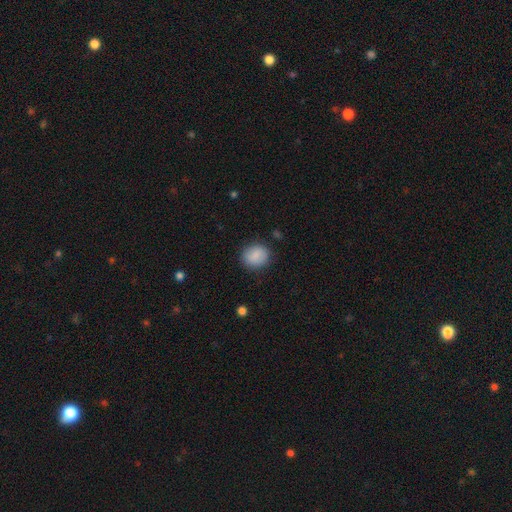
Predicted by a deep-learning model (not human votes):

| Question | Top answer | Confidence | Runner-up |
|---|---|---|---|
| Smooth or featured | smooth | 85% | featured or disk (8%) |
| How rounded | round | 70% | in between (29%) |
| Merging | none | 85% | minor disturbance (11%) |